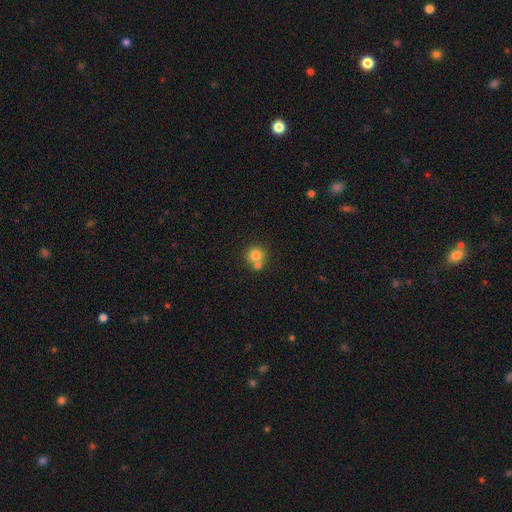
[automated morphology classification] Smooth or featured? Predicted: smooth (p=0.78). How rounded? Predicted: round (p=0.89). Merging? Predicted: none (p=0.50).